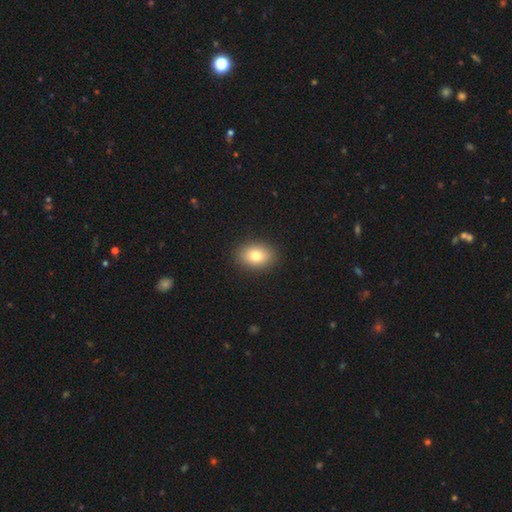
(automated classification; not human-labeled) This appears to be a smooth galaxy with no disk features (79%) that is in between round and cigar-shaped (73%). Merging: none (90%).